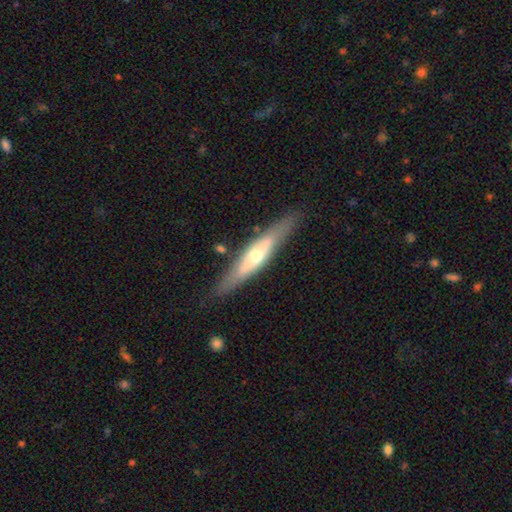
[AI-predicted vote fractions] smooth_or_featured: featured or disk (p=0.60) [alt: smooth p=0.35]
disk_edge_on: yes (p=0.76) [alt: no p=0.24]
merging: none (p=0.82) [alt: minor disturbance p=0.12]